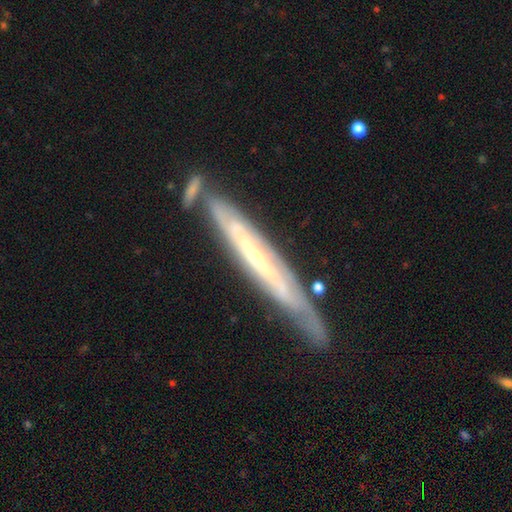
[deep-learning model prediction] This appears to be a featured or disk galaxy (79%) viewed edge-on (70%) with no central bulge (56%). Merging: none (69%).